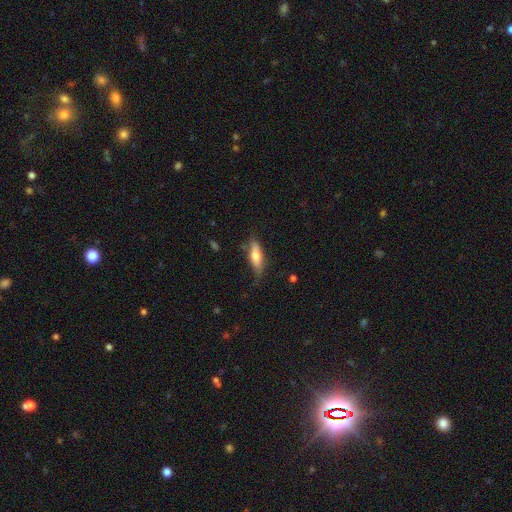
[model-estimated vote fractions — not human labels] The model was most divided on "how rounded": cigar-shaped: 51%, in between: 47%, round: 2%. More confident: merging — none (68%); smooth or featured — smooth (62%).